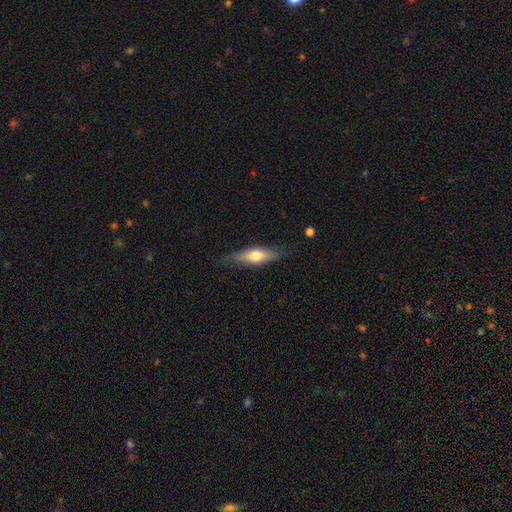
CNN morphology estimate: The model was most divided on "how rounded": cigar-shaped: 53%, in between: 44%, round: 3%. More confident: merging — none (79%); smooth or featured — smooth (57%).